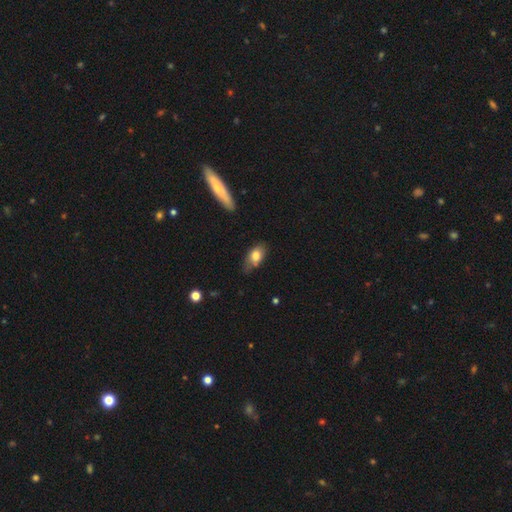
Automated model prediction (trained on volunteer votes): Smooth or featured? smooth (77%)
How rounded? in between (87%)
Merging? none (49%)